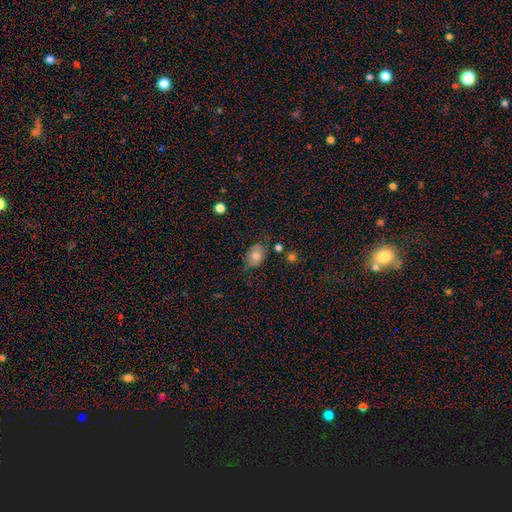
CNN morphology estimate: Smooth or featured? smooth (70%)
How rounded? in between (66%)
Merging? none (58%)